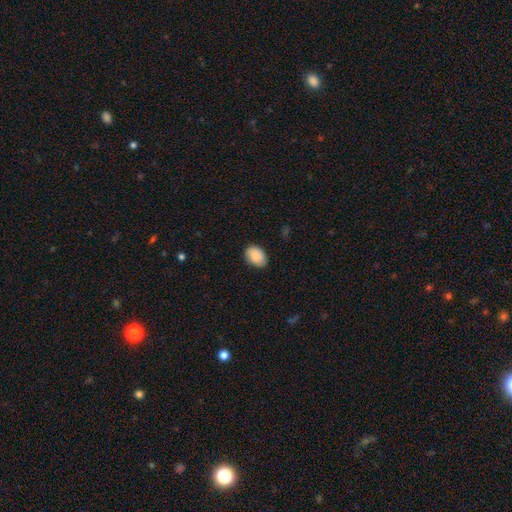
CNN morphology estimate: Smooth or featured: smooth — 87% (star or artifact — 7%)
How rounded: in between — 79% (round — 20%)
Merging: none — 83% (minor disturbance — 14%)